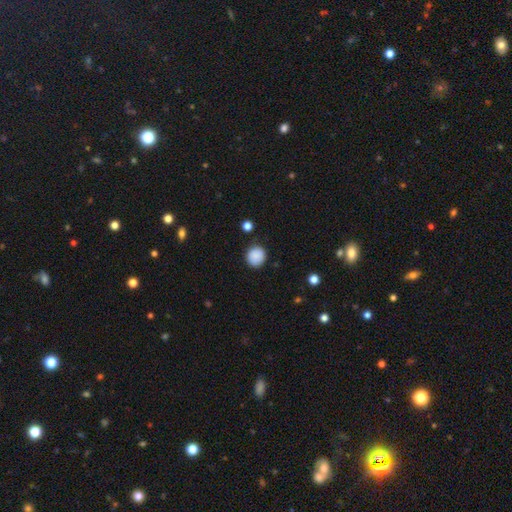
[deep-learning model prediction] A smooth galaxy with no disk features (88%) that is round (89%). Merging: none (85%).